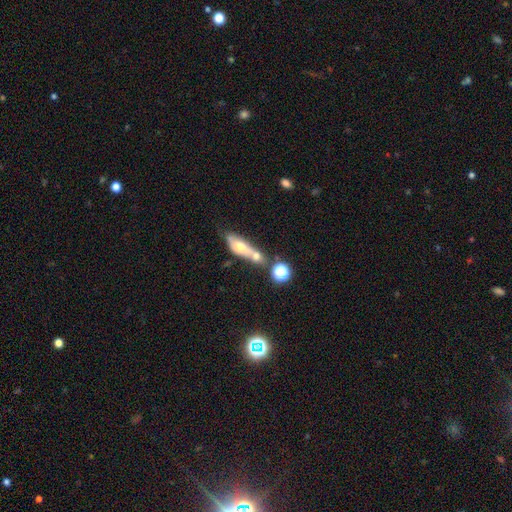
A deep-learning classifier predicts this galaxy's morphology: Overall: smooth (56%; featured or disk 32%). How rounded: in between (54%; cigar-shaped 28%). Merging: merger (54%; none 27%).